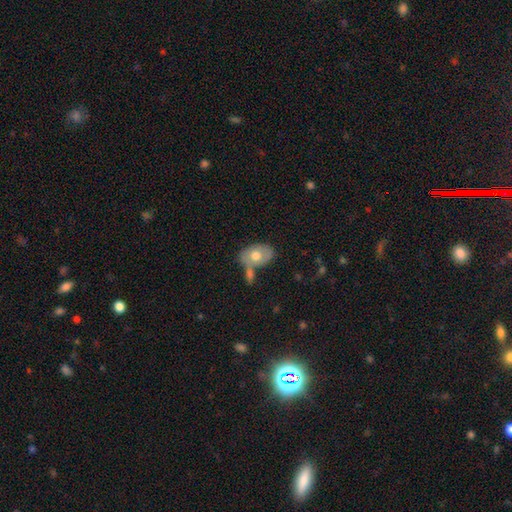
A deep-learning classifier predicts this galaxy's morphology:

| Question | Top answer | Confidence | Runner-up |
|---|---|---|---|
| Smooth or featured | smooth | 67% | featured or disk (26%) |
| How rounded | in between | 82% | round (17%) |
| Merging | none | 42% | merger (32%) |